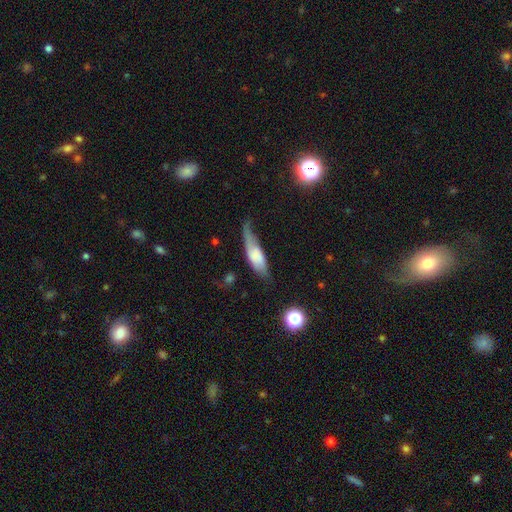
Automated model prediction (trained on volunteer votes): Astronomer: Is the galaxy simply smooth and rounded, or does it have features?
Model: smooth — 58% (runner-up: featured or disk, 34%).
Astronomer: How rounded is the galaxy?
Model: in between — 49% (runner-up: cigar-shaped, 48%).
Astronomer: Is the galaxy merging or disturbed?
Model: minor disturbance — 38% (runner-up: none, 35%).